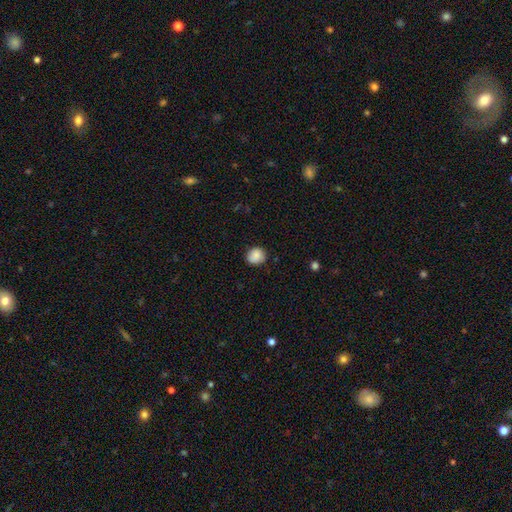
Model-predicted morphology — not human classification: Smooth or featured: smooth — 87% (star or artifact — 8%)
How rounded: round — 82% (in between — 17%)
Merging: none — 83% (minor disturbance — 13%)